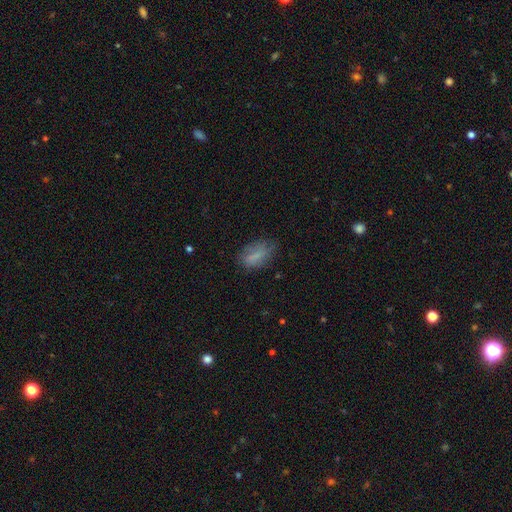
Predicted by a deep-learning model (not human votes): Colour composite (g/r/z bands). It shows a smooth galaxy with no disk features (72%) that is in between round and cigar-shaped (86%). Merging: none (63%).